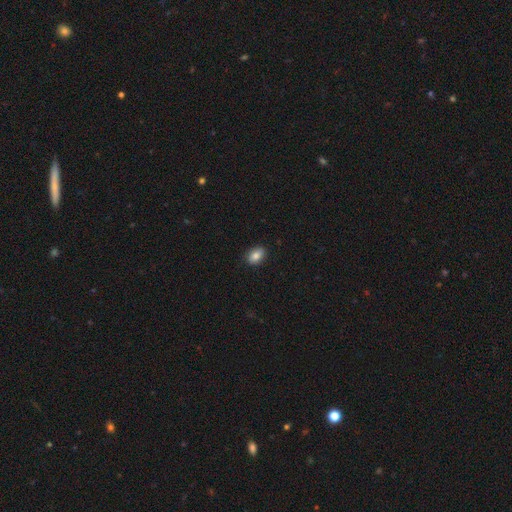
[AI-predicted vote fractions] This appears to be a smooth galaxy with no disk features (84%) that is in between round and cigar-shaped (83%). Merging: none (87%).